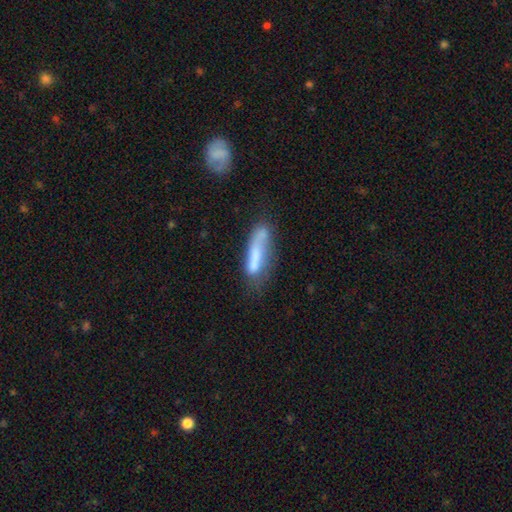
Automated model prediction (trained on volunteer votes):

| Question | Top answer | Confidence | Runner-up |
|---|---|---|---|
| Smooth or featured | smooth | 60% | featured or disk (31%) |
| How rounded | cigar-shaped | 64% | in between (34%) |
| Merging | none | 41% | minor disturbance (26%) |